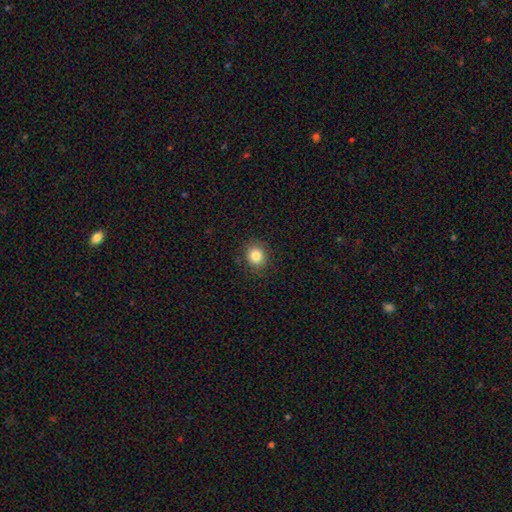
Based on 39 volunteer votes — Smooth or featured? 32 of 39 (82%) said smooth. How rounded? 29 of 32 (91%) said round. Merging? 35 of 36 (97%) said none.